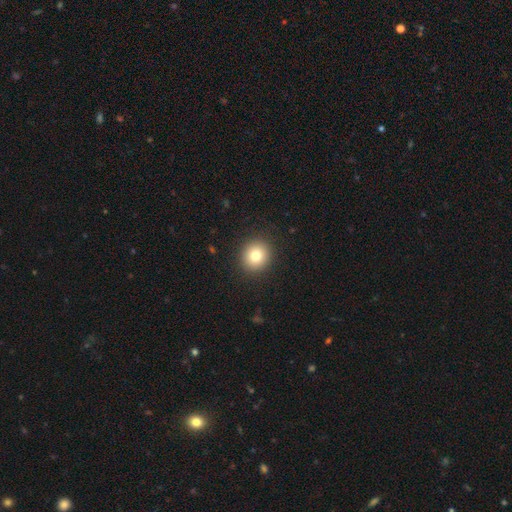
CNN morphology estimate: This is clearly a smooth galaxy (80%). How rounded: clearly round (89%). Merging: clearly none (91%).